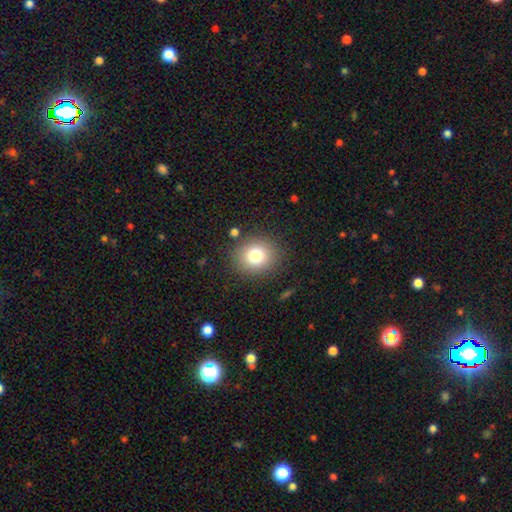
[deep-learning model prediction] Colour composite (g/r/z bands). It shows a smooth galaxy with no disk features (78%) that is round (78%). Merging: none (86%).